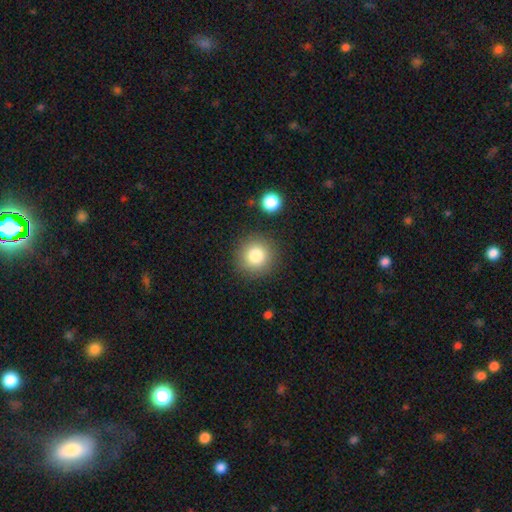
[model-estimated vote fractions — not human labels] smooth 81%, star or artifact 11%, featured or disk 9%. Down the decision tree: how rounded — round (94%); merging — none (87%).